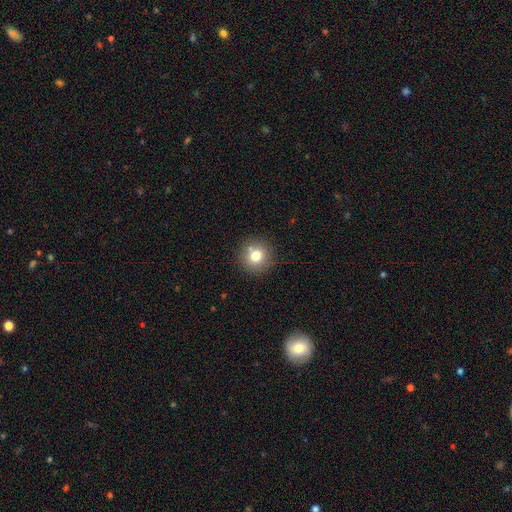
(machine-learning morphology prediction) This appears to be a smooth galaxy with no disk features (77%) that is round (93%). Merging: none (83%).